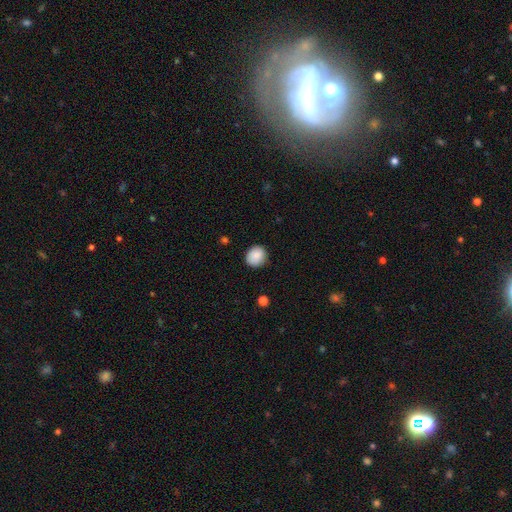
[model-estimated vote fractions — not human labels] A smooth galaxy with no disk features (88%) that is round (80%). Merging: none (85%).